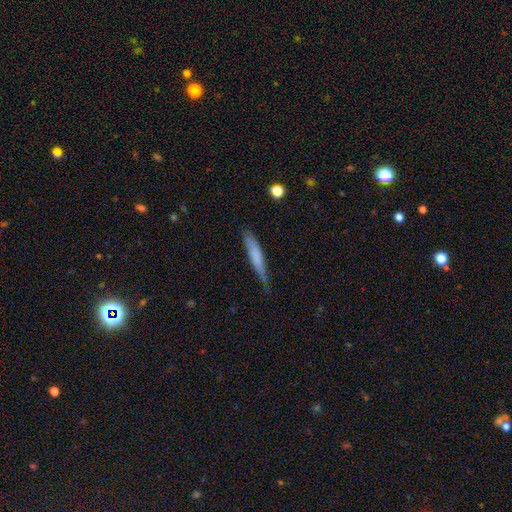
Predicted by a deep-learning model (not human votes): A smooth galaxy with no disk features (68%) that is cigar-shaped (91%). Merging: none (66%).